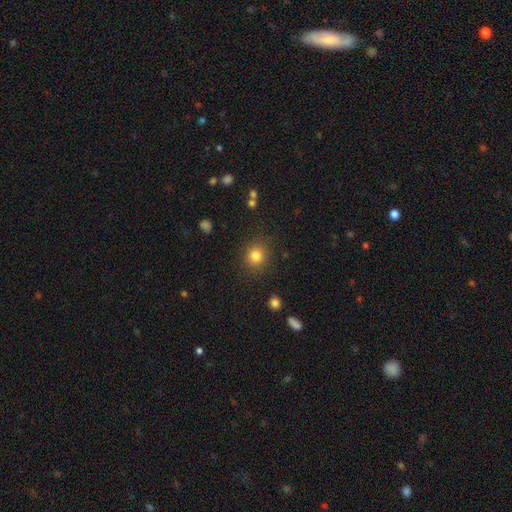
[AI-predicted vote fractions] This appears to be a smooth galaxy with no disk features (82%) that is round (86%). Merging: none (87%).